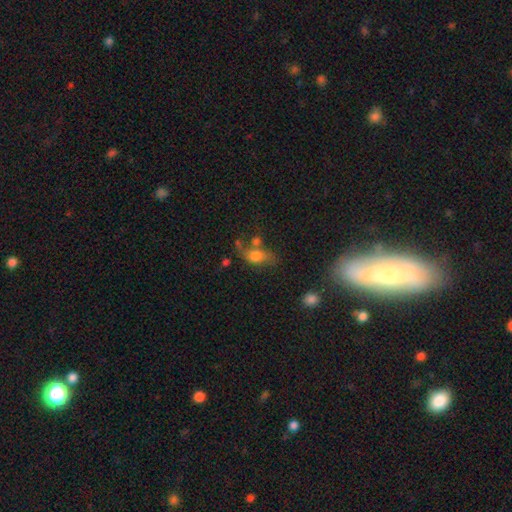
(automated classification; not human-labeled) This appears to be a smooth galaxy with no disk features (58%) that is in between round and cigar-shaped (71%). Merging: none (34%).